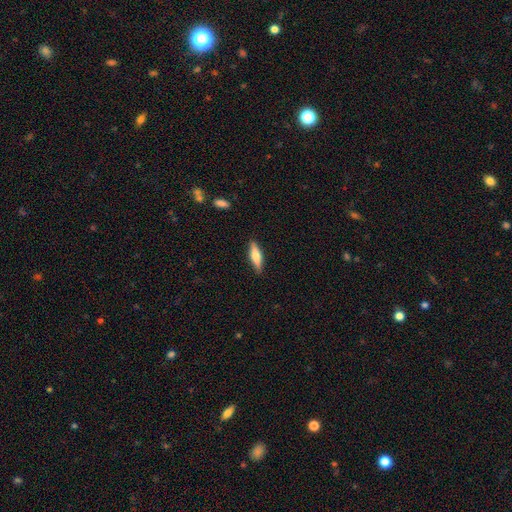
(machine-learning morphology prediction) Smooth or featured? smooth (62%)
How rounded? cigar-shaped (63%)
Merging? none (88%)